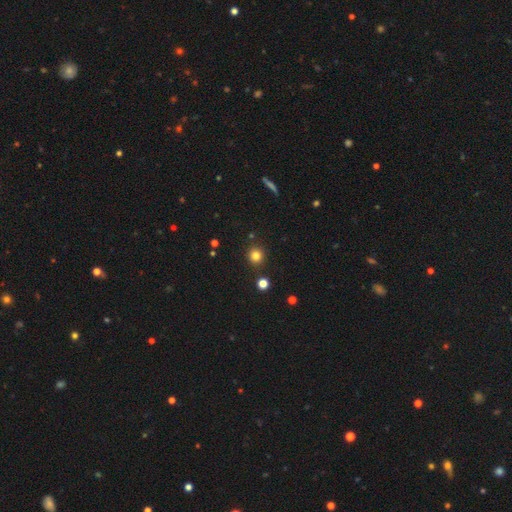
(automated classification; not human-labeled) A smooth galaxy with no disk features (80%) that is round (92%).

Vote fractions:
- Smooth or featured? smooth: 80% / star or artifact: 14% / featured or disk: 6%
- How rounded? round: 92% / in between: 7% / cigar-shaped: 1%
- Merging? none: 88% / minor disturbance: 6% / merger: 3% / major disturbance: 2%